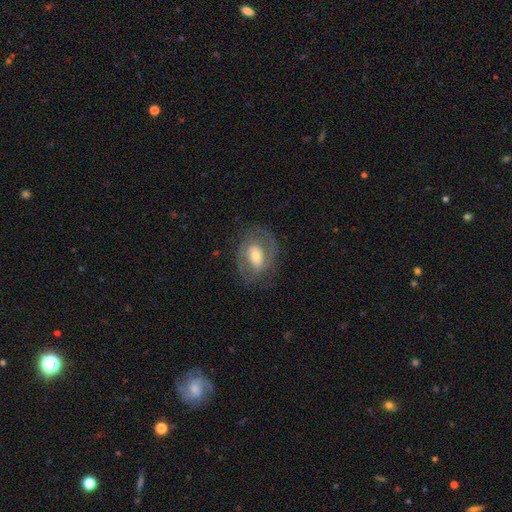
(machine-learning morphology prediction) smooth_or_featured: featured or disk (p=0.67) [alt: smooth p=0.26]
disk_edge_on: no (p=0.95) [alt: yes p=0.05]
bar: no (p=0.40) [alt: weak p=0.38]
has_spiral_arms: yes (p=0.71) [alt: no p=0.29]
bulge_size: moderate (p=0.55) [alt: small p=0.31]
merging: none (p=0.73) [alt: minor disturbance p=0.15]